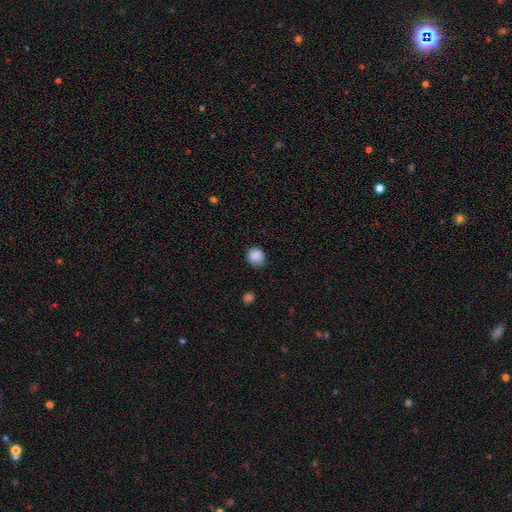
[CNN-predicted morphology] smooth-or-featured: smooth: 87% | star or artifact: 9% | featured or disk: 3%
  how-rounded: round: 81% | in between: 18% | cigar-shaped: 1%
  merging: none: 78% | minor disturbance: 17% | major disturbance: 3% | merger: 1%